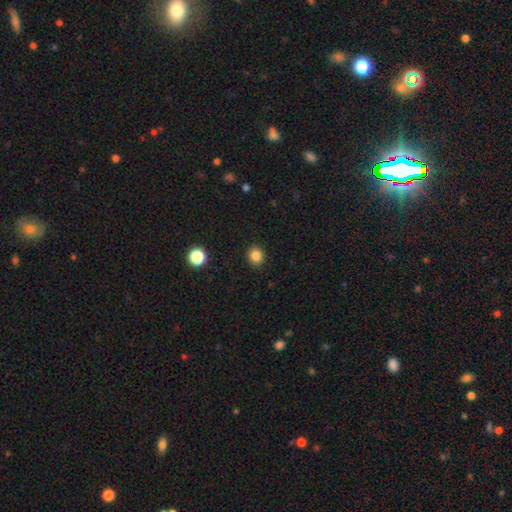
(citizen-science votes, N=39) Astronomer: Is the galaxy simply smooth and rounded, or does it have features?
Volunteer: smooth — 92%.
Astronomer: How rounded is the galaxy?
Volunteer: round — 78%.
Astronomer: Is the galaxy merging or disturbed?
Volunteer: none — 86%.